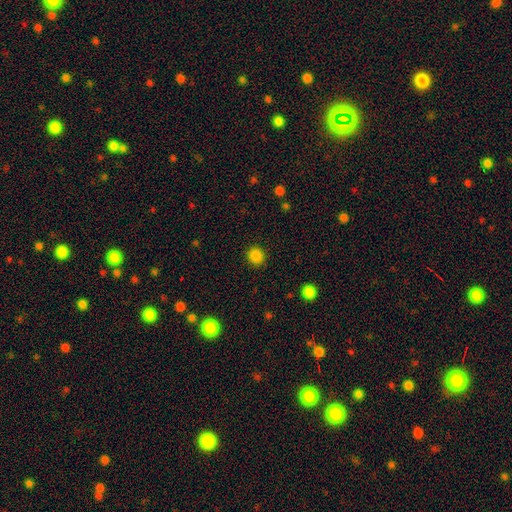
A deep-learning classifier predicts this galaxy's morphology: Overall: smooth (86%). How rounded: round (86%). Merging: none (90%).